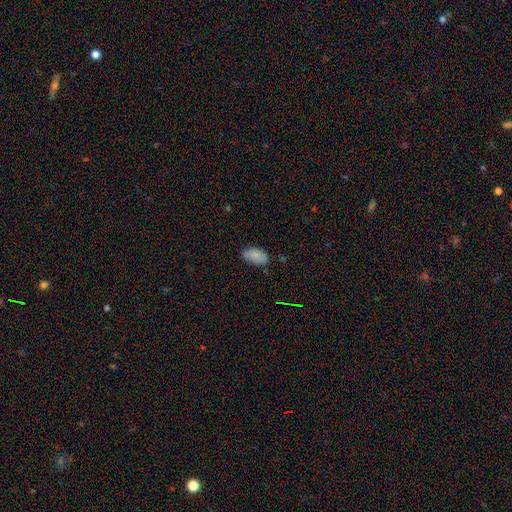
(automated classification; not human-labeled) smooth-or-featured: smooth: 85% | star or artifact: 8% | featured or disk: 7%
  how-rounded: in between: 94% | round: 4% | cigar-shaped: 2%
  merging: none: 71% | minor disturbance: 23% | major disturbance: 4% | merger: 2%